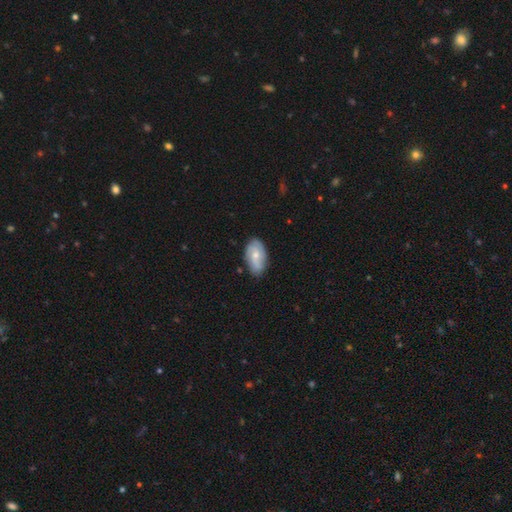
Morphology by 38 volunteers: Overall: featured or disk (61%; smooth 34%). Edge-on disk: no (100%). Bar: no (70%; weak 30%). Spiral arms: yes (91%). Spiral arm count: 2 (62%; 3 33%). Spiral winding: loose (57%; medium 38%). Bulge size: moderate (52%; small 43%). Merging: none (75%).